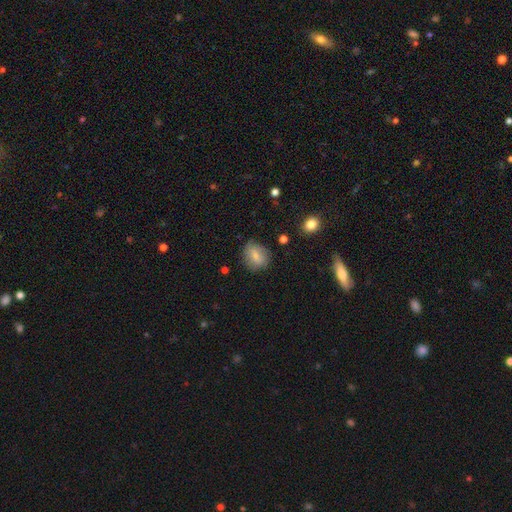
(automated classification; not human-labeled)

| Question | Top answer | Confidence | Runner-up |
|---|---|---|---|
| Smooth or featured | smooth | 75% | featured or disk (17%) |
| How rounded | round | 54% | in between (44%) |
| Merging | none | 73% | minor disturbance (20%) |